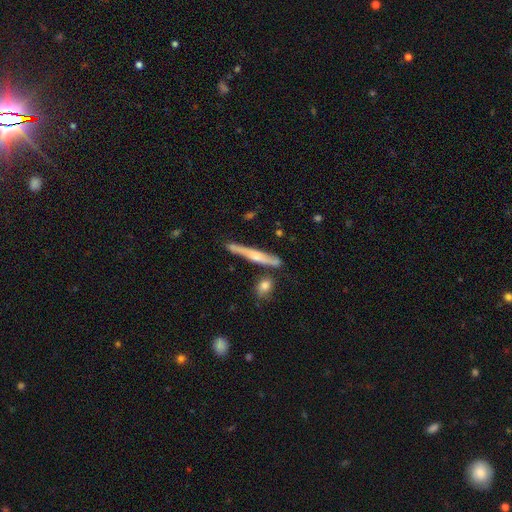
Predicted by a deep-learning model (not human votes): A featured or disk galaxy (56%) viewed edge-on (94%) with a rounded central bulge (68%).

Vote fractions:
- Smooth or featured? featured or disk: 56% / smooth: 38% / star or artifact: 6%
- Edge-on disk? yes: 94% / no: 6%
- Edge-on bulge? rounded: 68% / none: 23% / boxy: 9%
- Merging? none: 76% / minor disturbance: 14% / merger: 7% / major disturbance: 3%